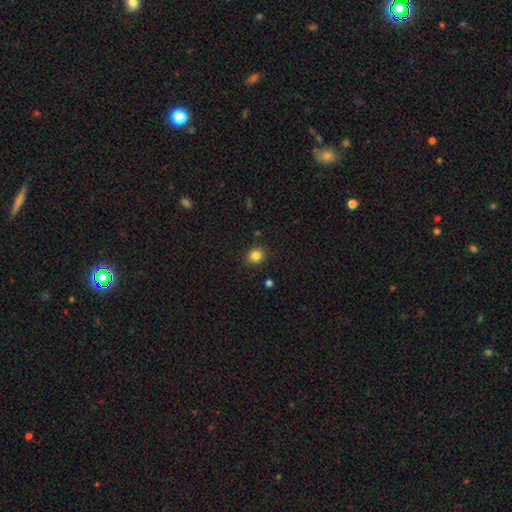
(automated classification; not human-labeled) This is clearly a smooth galaxy (85%). How rounded: likely round (74%). Merging: clearly none (89%).